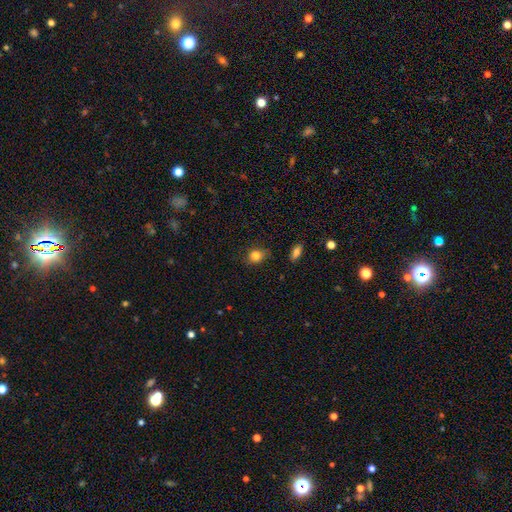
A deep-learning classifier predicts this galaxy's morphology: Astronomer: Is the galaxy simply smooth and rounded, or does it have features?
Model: smooth — 82%.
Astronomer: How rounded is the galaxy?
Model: round — 58% (runner-up: in between, 41%).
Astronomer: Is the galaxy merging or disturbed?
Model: none — 75%.